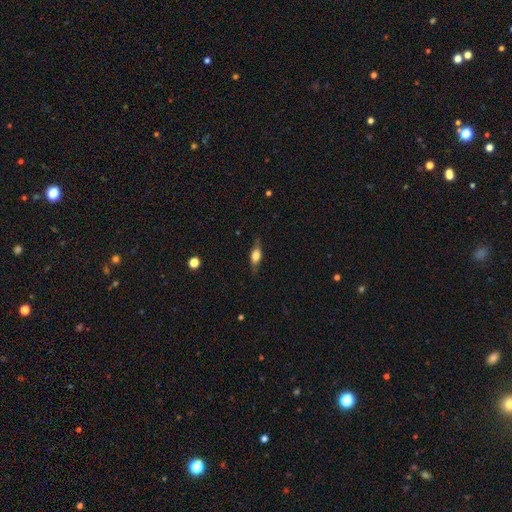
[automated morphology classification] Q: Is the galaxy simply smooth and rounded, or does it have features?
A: smooth — 54%.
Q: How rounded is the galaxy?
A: in between — 66%.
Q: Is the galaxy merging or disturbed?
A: none — 76%.